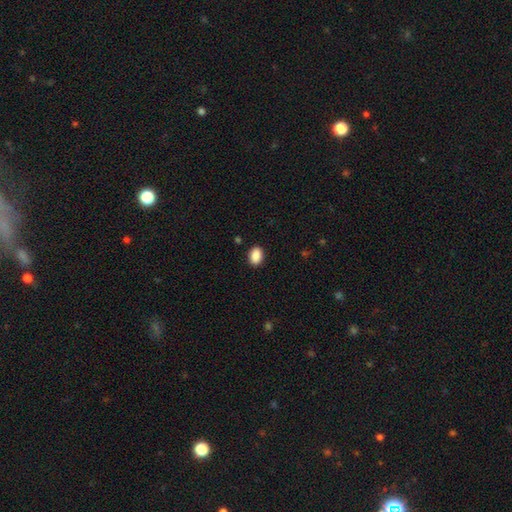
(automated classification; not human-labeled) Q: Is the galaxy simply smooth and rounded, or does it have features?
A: smooth — 90%.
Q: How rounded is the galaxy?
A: in between — 82%.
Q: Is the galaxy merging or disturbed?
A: none — 89%.